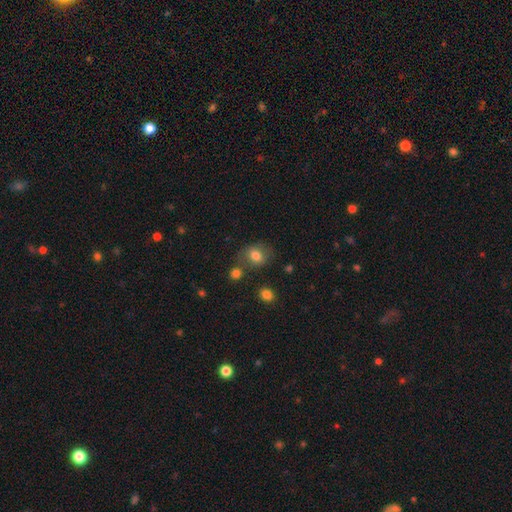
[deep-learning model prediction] smooth_or_featured: smooth (p=0.78) [alt: featured or disk p=0.11]
how_rounded: round (p=0.55) [alt: in between p=0.44]
merging: none (p=0.66) [alt: minor disturbance p=0.16]